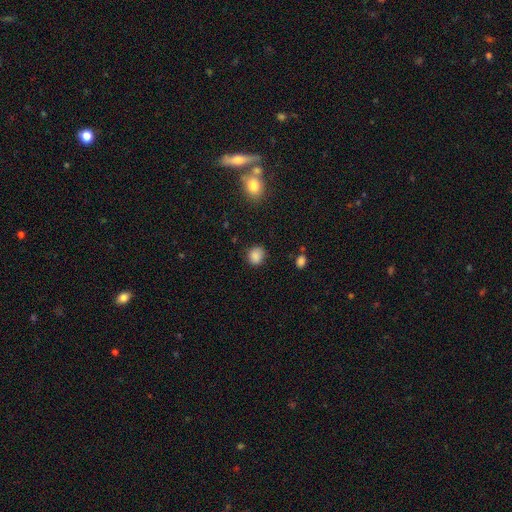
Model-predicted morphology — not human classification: This is clearly a smooth galaxy (86%). How rounded: likely round (73%). Merging: clearly none (81%).